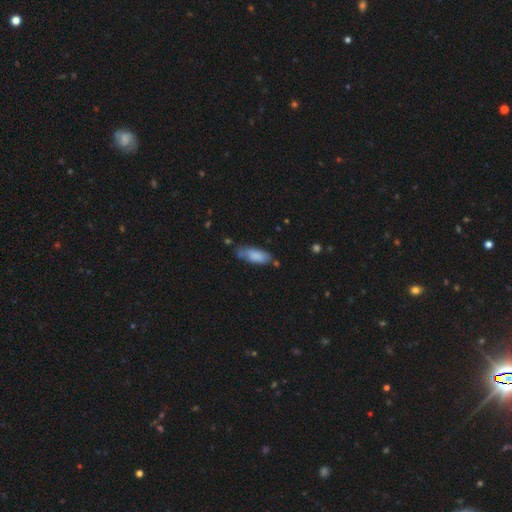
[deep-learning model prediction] Smooth or featured?
  - smooth: 78% *
  - featured or disk: 15%
  - star or artifact: 6%
How rounded?
  - in between: 75% *
  - cigar-shaped: 24%
  - round: 2%
Merging?
  - none: 55% *
  - minor disturbance: 31%
  - major disturbance: 8%
  - merger: 6%